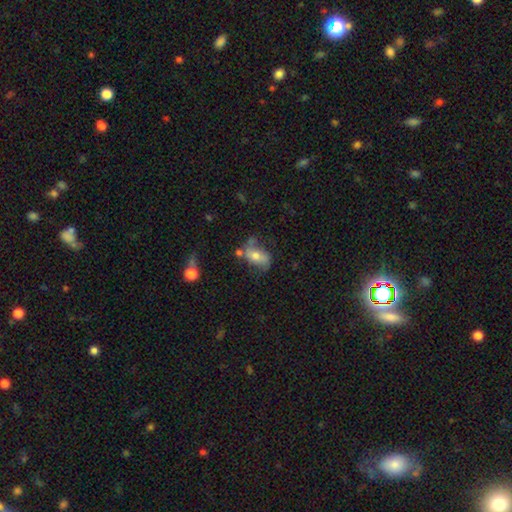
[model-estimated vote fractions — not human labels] This is possibly a featured or disk galaxy (58%). It is clearly not viewed edge-on (94%). Bar: possibly no (55%). Spiral arm pattern: likely yes (79%). Central bulge: likely moderate (64%). Merging: possibly none (48%).